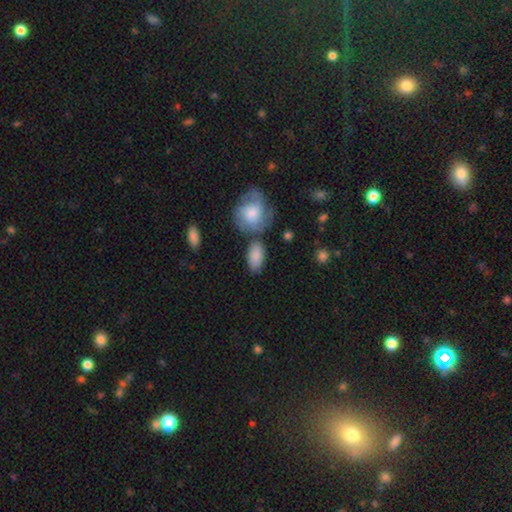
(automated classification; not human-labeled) This is clearly a smooth galaxy (83%). How rounded: clearly in between (91%). Merging: likely none (64%).